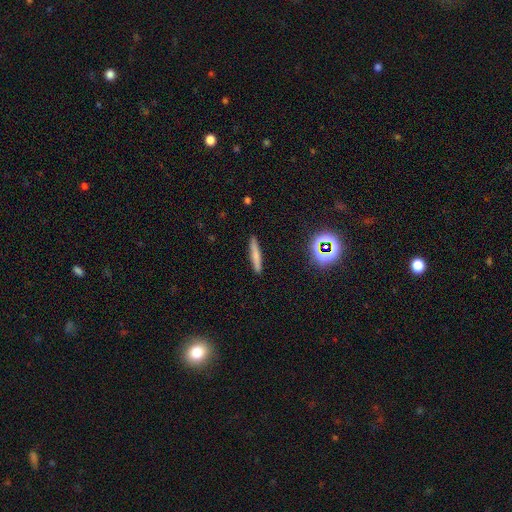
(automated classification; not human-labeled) smooth 68%, featured or disk 21%, star or artifact 11%. Down the decision tree: how rounded — cigar-shaped (92%); merging — none (89%).